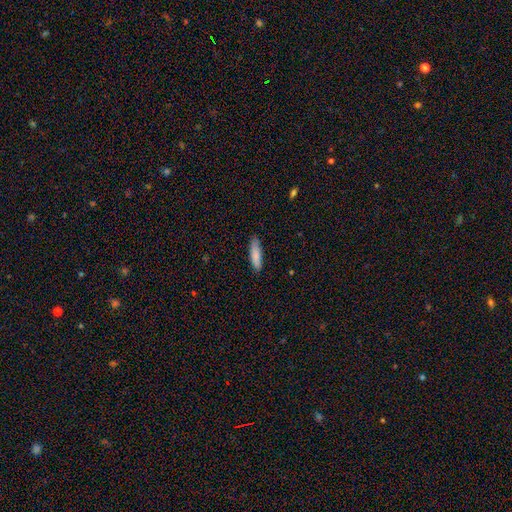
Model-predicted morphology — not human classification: Smooth or featured? Predicted: smooth (p=0.86). How rounded? Predicted: cigar-shaped (p=0.63). Merging? Predicted: none (p=0.84).